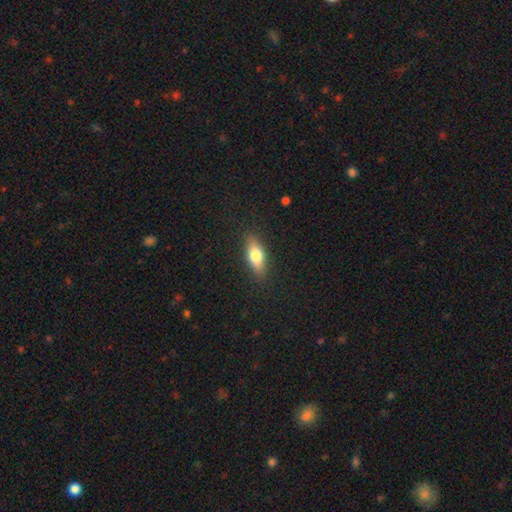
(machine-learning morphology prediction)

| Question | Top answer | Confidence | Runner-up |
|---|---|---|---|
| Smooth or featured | smooth | 71% | featured or disk (22%) |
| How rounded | in between | 69% | cigar-shaped (26%) |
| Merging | none | 87% | minor disturbance (10%) |